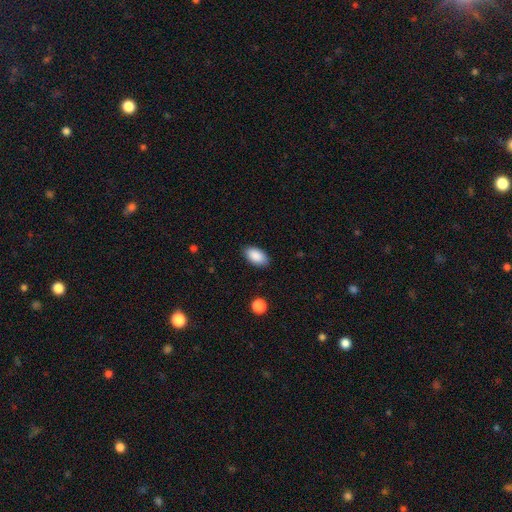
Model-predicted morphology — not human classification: Q: Smooth or featured?
A: smooth (89%); runner-up: star or artifact (7%)
Q: How rounded?
A: in between (94%); runner-up: round (4%)
Q: Merging?
A: none (86%); runner-up: minor disturbance (10%)